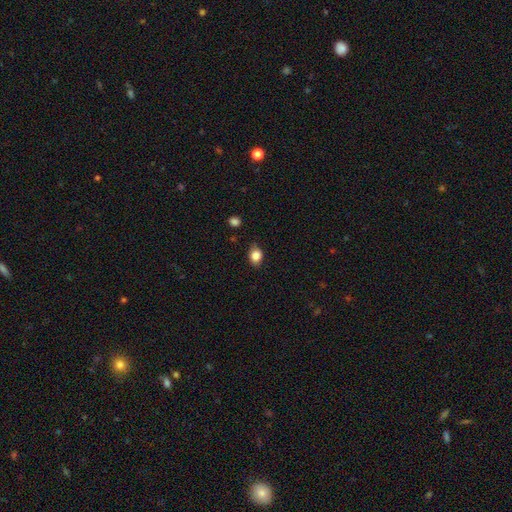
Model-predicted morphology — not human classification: A smooth galaxy with no disk features (84%) that is in between round and cigar-shaped (64%). Merging: none (76%).